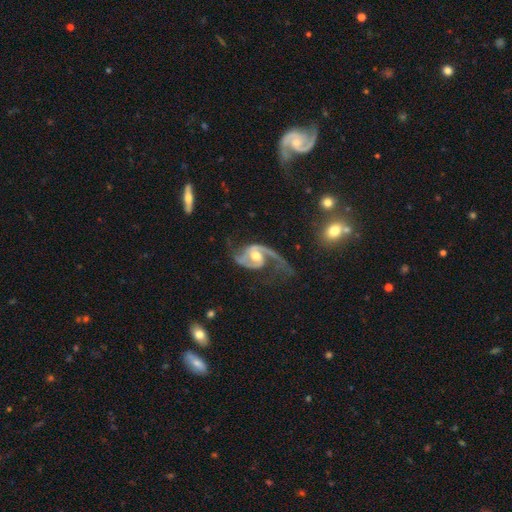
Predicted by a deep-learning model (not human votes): A featured or disk galaxy (91%) with no bar (50%), 2 (84%) medium (46%) spiral arms (97%) and a moderate central bulge (71%).

Vote fractions:
- Smooth or featured? featured or disk: 91% / smooth: 5% / star or artifact: 4%
- Edge-on disk? no: 98% / yes: 2%
- Bar? no: 50% / weak: 36% / strong: 14%
- Spiral arms? yes: 97% / no: 3%
- Spiral winding? medium: 46% / loose: 42% / tight: 12%
- Spiral arm count? 2: 84% / 1: 9% / can't tell: 2% / 3: 2% / 4: 1% / more than 4: 1%
- Bulge size? moderate: 71% / large: 14% / small: 12% / none: 1% / dominant: 1%
- Merging? none: 49% / major disturbance: 28% / minor disturbance: 19% / merger: 3%